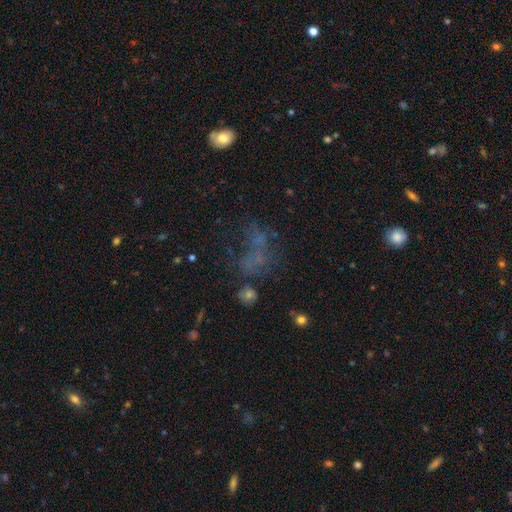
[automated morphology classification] Smooth or featured? smooth (35%)
Merging? none (39%)